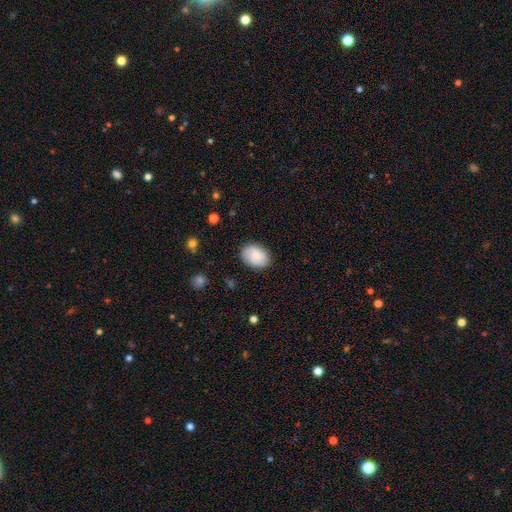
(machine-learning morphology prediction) type=smooth (76%); roundness=in between (80%); merging=none (81%).